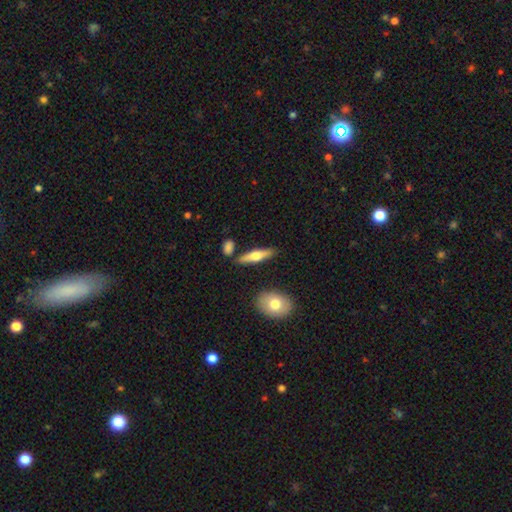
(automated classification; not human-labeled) A smooth galaxy with no disk features (49%). Merging: none (83%).